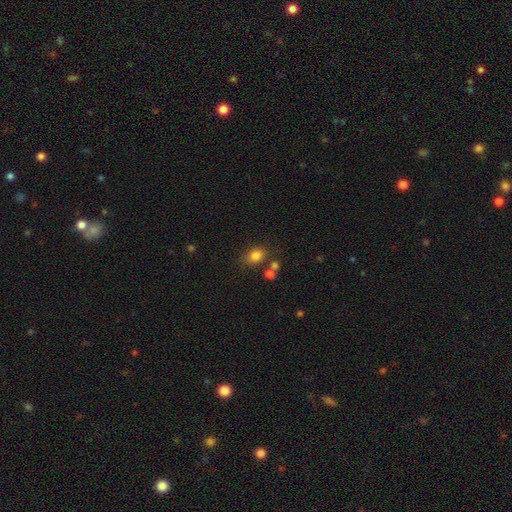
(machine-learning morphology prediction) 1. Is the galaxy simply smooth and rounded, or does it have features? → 81% smooth, 11% star or artifact, 8% featured or disk.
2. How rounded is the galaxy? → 65% in between, 34% round, 1% cigar-shaped.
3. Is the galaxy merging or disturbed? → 68% none, 14% minor disturbance, 13% merger, 5% major disturbance.